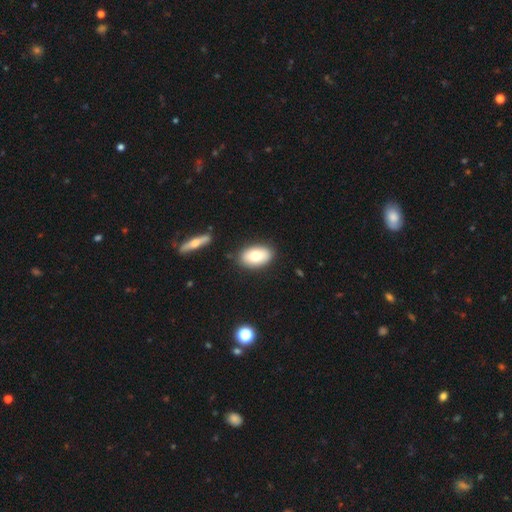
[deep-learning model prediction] A smooth galaxy with no disk features (74%) that is in between round and cigar-shaped (90%).

Vote fractions:
- Smooth or featured? smooth: 74% / featured or disk: 19% / star or artifact: 7%
- How rounded? in between: 90% / round: 8% / cigar-shaped: 2%
- Merging? none: 85% / minor disturbance: 10% / merger: 3% / major disturbance: 2%